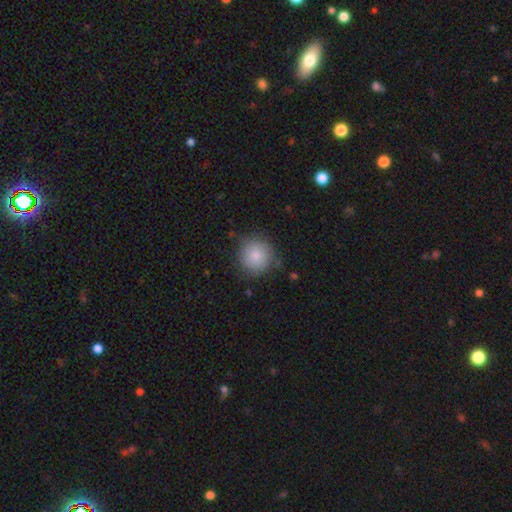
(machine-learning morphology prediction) Smooth or featured? smooth (81%)
How rounded? round (93%)
Merging? none (78%)